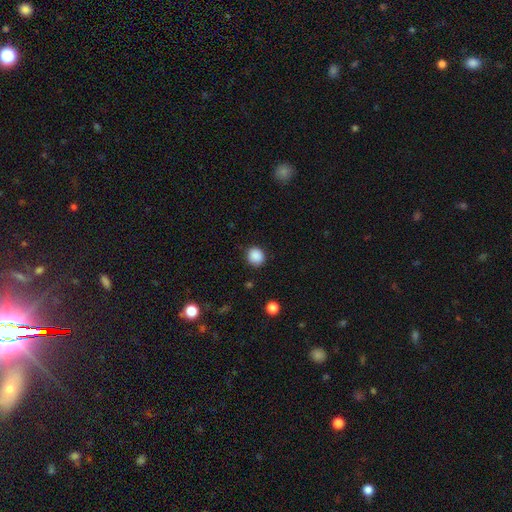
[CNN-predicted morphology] smooth 88%, star or artifact 10%, featured or disk 3%. Down the decision tree: how rounded — round (87%); merging — none (86%).